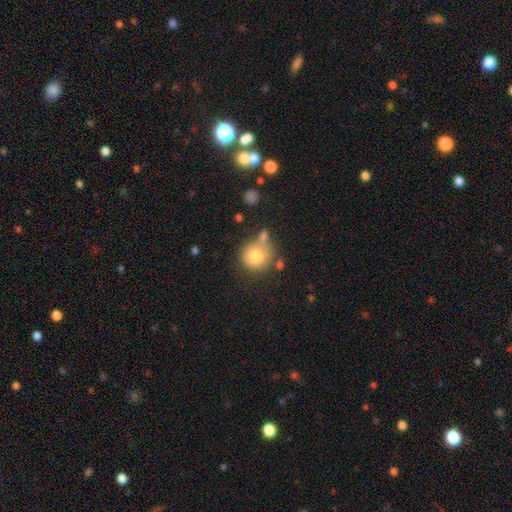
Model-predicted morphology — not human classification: This appears to be a smooth galaxy with no disk features (78%) that is round (91%). Merging: none (60%).